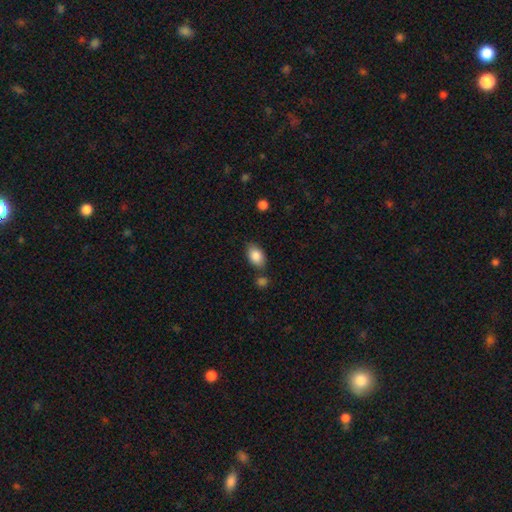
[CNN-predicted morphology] Overall: smooth (86%). How rounded: in between (86%). Merging: none (73%).